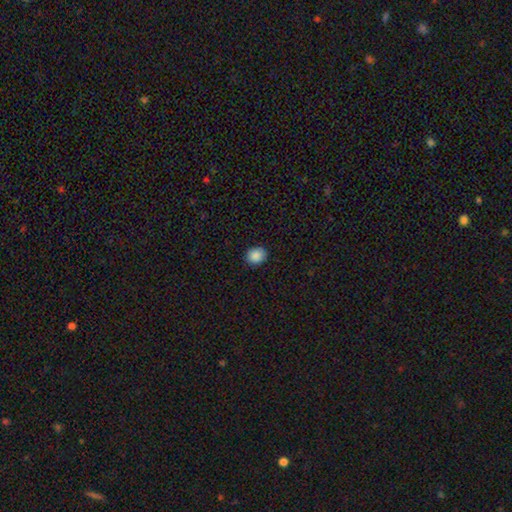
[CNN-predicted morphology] This appears to be a smooth galaxy with no disk features (88%) that is round (70%). Merging: none (90%).